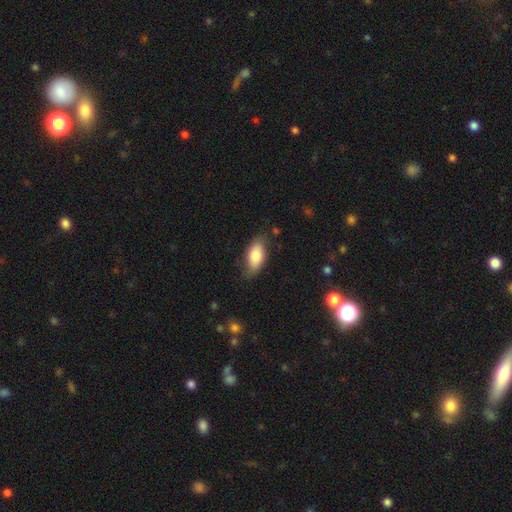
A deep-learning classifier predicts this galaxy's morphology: Overall: smooth (77%). How rounded: in between (90%). Merging: none (72%).